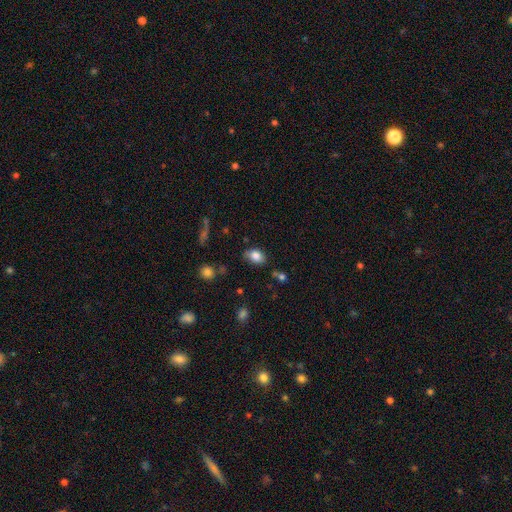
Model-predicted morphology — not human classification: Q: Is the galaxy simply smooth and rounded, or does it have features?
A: smooth — 83%.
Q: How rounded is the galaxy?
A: in between — 79%.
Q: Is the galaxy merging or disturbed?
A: none — 72%.